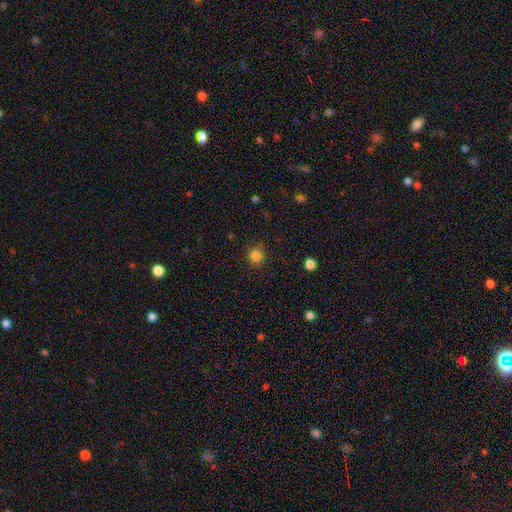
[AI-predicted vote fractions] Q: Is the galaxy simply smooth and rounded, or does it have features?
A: smooth — 83%.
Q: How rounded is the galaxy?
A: round — 86%.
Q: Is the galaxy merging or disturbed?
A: none — 85%.